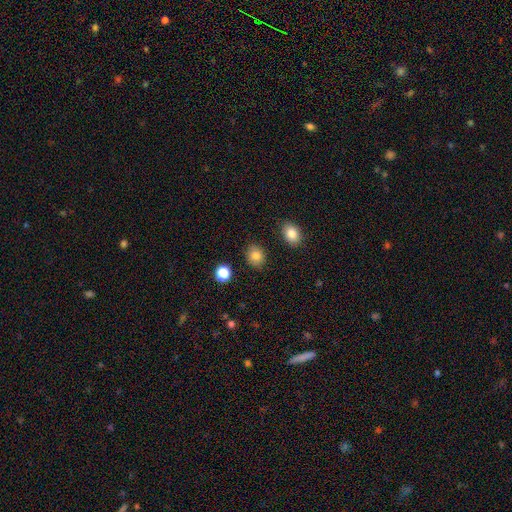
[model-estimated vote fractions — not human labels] Smooth or featured: smooth — 83% (star or artifact — 10%)
How rounded: round — 65% (in between — 34%)
Merging: none — 86% (minor disturbance — 9%)